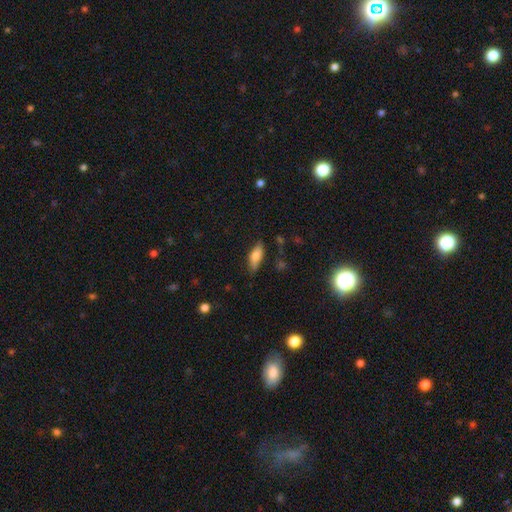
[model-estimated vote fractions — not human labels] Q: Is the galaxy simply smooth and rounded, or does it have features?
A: smooth — 73%.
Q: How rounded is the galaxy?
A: in between — 70%.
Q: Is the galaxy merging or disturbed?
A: none — 76%.